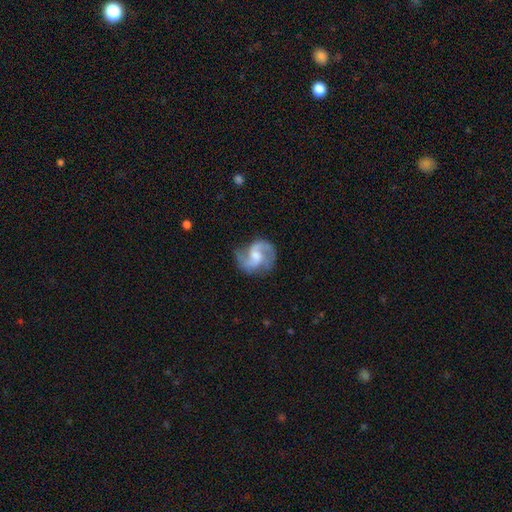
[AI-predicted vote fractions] Overall: featured or disk (86%). Edge-on disk: no (98%). Bar: weak (49%; no 39%). Spiral arms: yes (97%). Spiral arm count: 2 (86%). Spiral winding: medium (54%; loose 33%). Bulge size: moderate (48%; small 27%). Merging: none (72%).